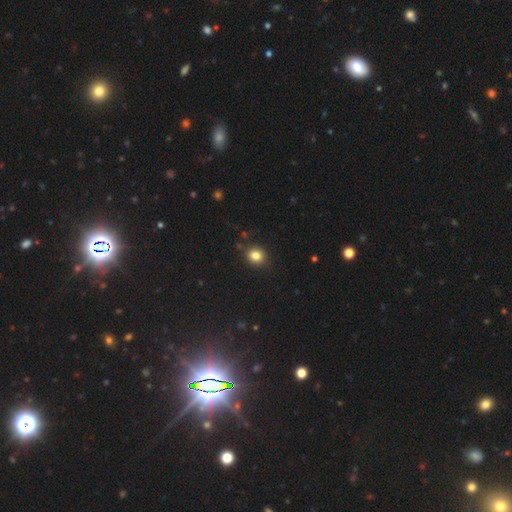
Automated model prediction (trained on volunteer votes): This is clearly a smooth galaxy (83%). How rounded: likely round (76%). Merging: clearly none (88%).